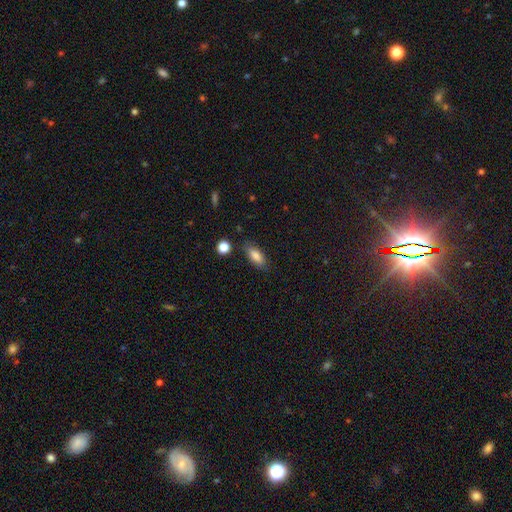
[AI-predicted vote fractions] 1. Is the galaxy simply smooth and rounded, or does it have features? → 83% smooth, 10% featured or disk, 7% star or artifact.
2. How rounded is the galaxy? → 79% in between, 18% cigar-shaped, 3% round.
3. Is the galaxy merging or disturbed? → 80% none, 13% minor disturbance, 3% major disturbance, 3% merger.